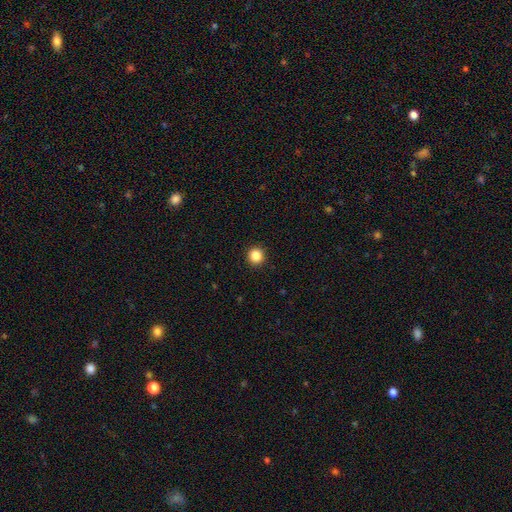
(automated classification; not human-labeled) smooth 86%, star or artifact 11%, featured or disk 3%. Down the decision tree: how rounded — round (94%); merging — none (93%).